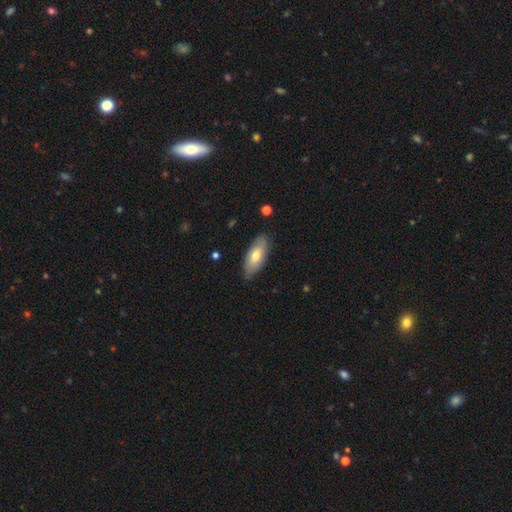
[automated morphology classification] type=smooth (67%); roundness=in between (82%); merging=none (84%).